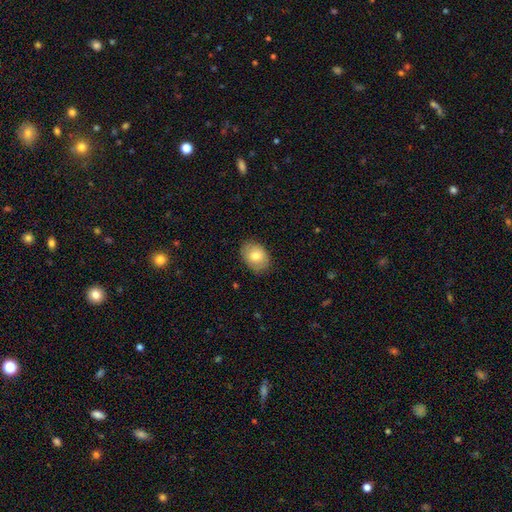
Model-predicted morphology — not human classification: Overall: smooth (79%). How rounded: in between (71%). Merging: none (83%).